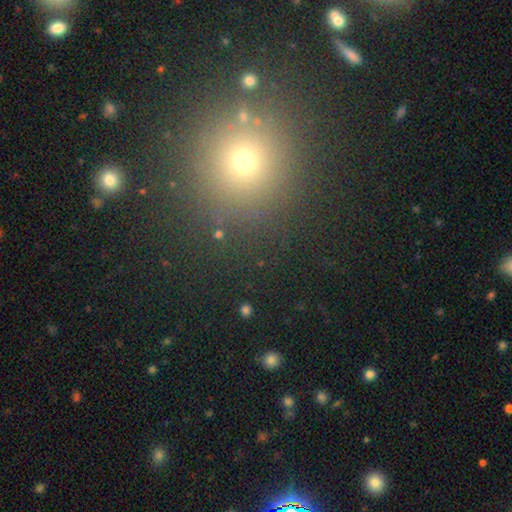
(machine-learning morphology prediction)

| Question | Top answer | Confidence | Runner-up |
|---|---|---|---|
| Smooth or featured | smooth | 55% | star or artifact (37%) |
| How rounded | round | 92% | in between (6%) |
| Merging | none | 87% | minor disturbance (6%) |